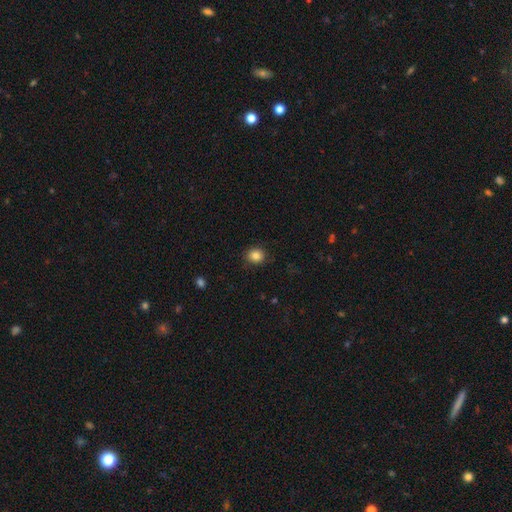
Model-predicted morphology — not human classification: The model was most divided on "how rounded": round: 79%, in between: 20%, cigar-shaped: 1%. More confident: merging — none (87%); smooth or featured — smooth (84%).